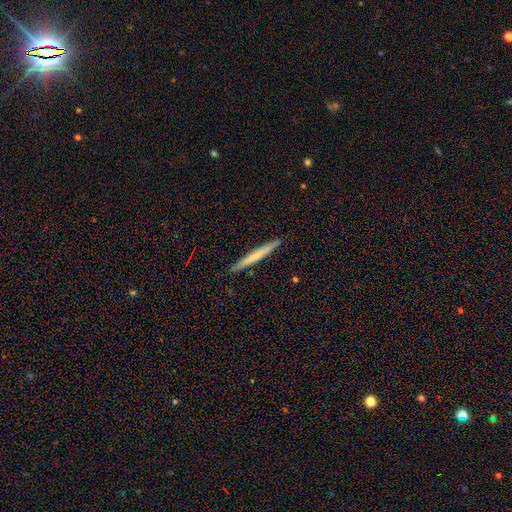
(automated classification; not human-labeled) A smooth galaxy with no disk features (56%) that is cigar-shaped (97%).

Vote fractions:
- Smooth or featured? smooth: 56% / featured or disk: 38% / star or artifact: 6%
- How rounded? cigar-shaped: 97% / in between: 2% / round: 1%
- Merging? none: 91% / minor disturbance: 7% / major disturbance: 1% / merger: 1%